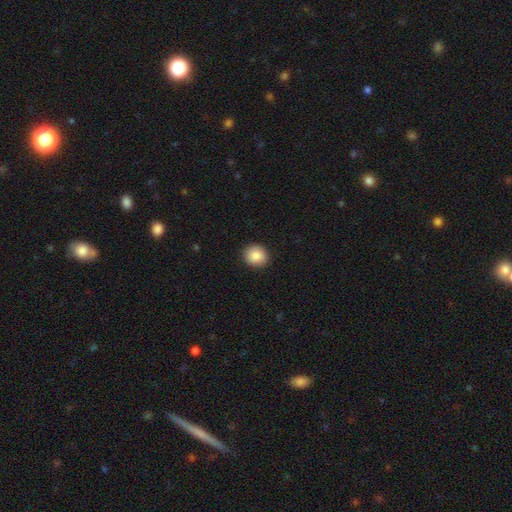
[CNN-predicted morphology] Overall: smooth (87%). How rounded: round (80%). Merging: none (91%).